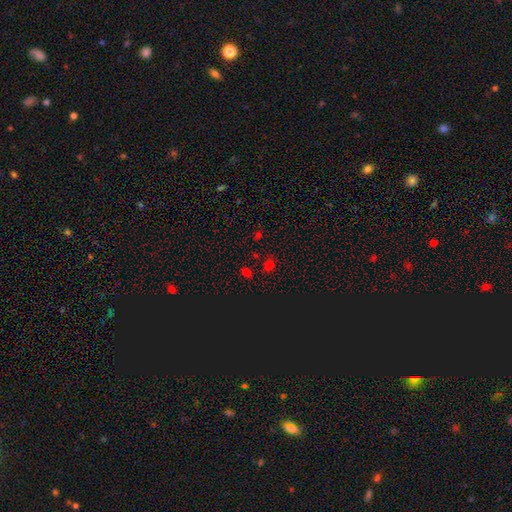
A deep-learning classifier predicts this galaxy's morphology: A smooth galaxy with no disk features (55%) that is round (50%).

Vote fractions:
- Smooth or featured? smooth: 55% / star or artifact: 40% / featured or disk: 5%
- How rounded? round: 50% / in between: 49% / cigar-shaped: 2%
- Merging? none: 73% / minor disturbance: 13% / merger: 9% / major disturbance: 5%